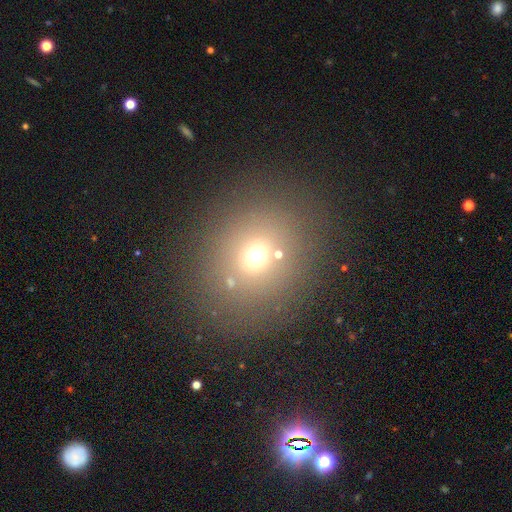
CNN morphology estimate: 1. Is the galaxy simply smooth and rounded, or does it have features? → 63% smooth, 24% star or artifact, 12% featured or disk.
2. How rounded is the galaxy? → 71% round, 28% in between, 1% cigar-shaped.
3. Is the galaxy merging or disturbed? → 79% none, 9% minor disturbance, 8% merger, 4% major disturbance.